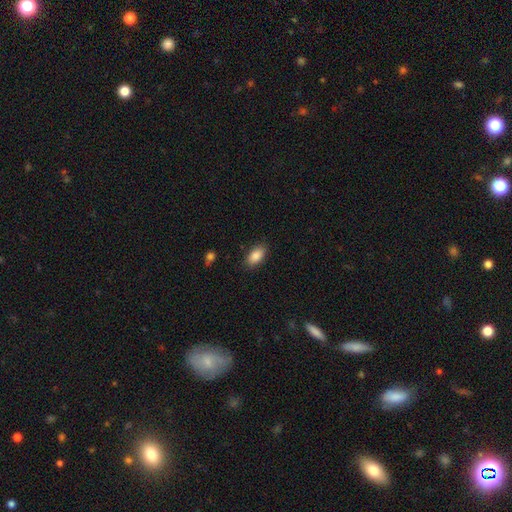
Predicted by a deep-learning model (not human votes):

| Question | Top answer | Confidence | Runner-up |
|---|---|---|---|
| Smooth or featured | smooth | 88% | star or artifact (7%) |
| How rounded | in between | 92% | cigar-shaped (4%) |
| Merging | none | 87% | minor disturbance (10%) |